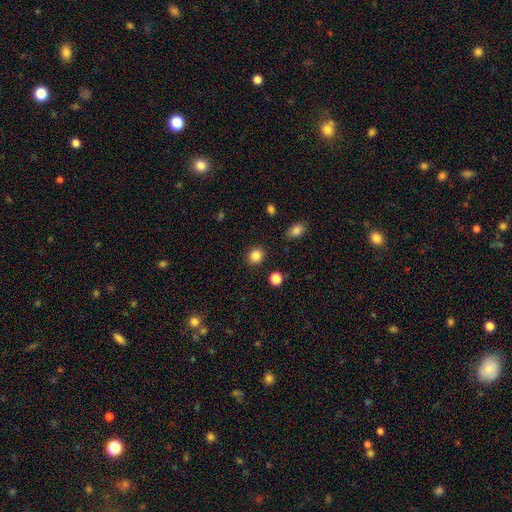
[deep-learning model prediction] Smooth or featured? smooth (86%)
How rounded? round (81%)
Merging? none (89%)